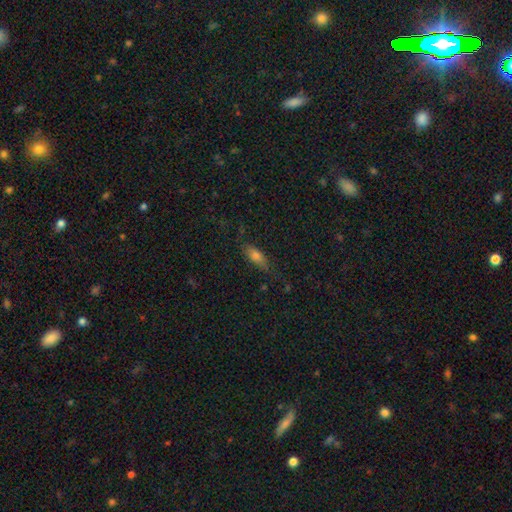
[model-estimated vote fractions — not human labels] Smooth or featured?
  - smooth: 70% *
  - featured or disk: 20%
  - star or artifact: 10%
How rounded?
  - in between: 64% *
  - cigar-shaped: 33%
  - round: 3%
Merging?
  - none: 72% *
  - minor disturbance: 20%
  - major disturbance: 6%
  - merger: 2%